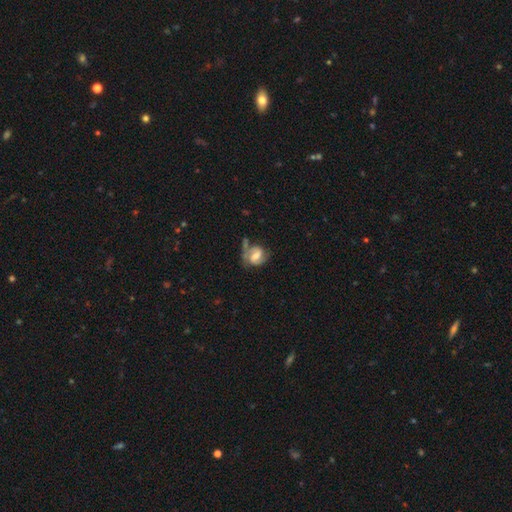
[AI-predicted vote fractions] smooth_or_featured: featured or disk (p=0.61) [alt: smooth p=0.31]
disk_edge_on: no (p=0.97) [alt: yes p=0.03]
bar: weak (p=0.45) [alt: strong p=0.29]
has_spiral_arms: yes (p=0.81) [alt: no p=0.19]
bulge_size: moderate (p=0.42) [alt: small p=0.30]
merging: none (p=0.41) [alt: minor disturbance p=0.23]